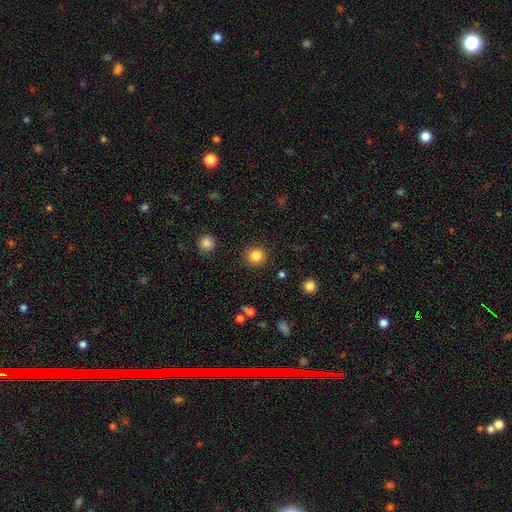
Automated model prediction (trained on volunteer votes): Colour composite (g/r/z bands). It shows a smooth galaxy with no disk features (84%) that is round (94%). Merging: none (91%).